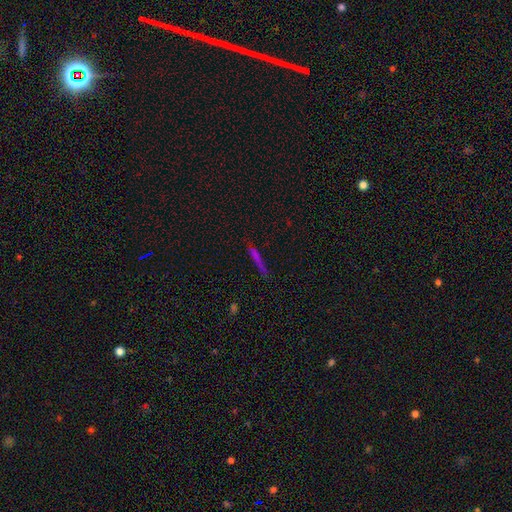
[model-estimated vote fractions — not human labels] This appears to be a smooth galaxy with no disk features (54%) that is cigar-shaped (94%). Merging: none (85%).